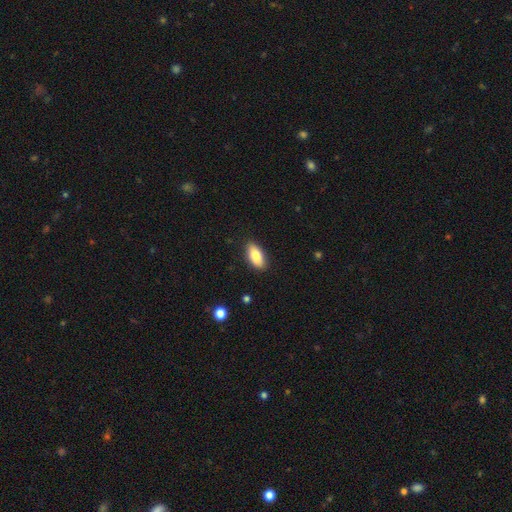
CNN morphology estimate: This is clearly a smooth galaxy (84%). How rounded: clearly in between (89%). Merging: clearly none (88%).